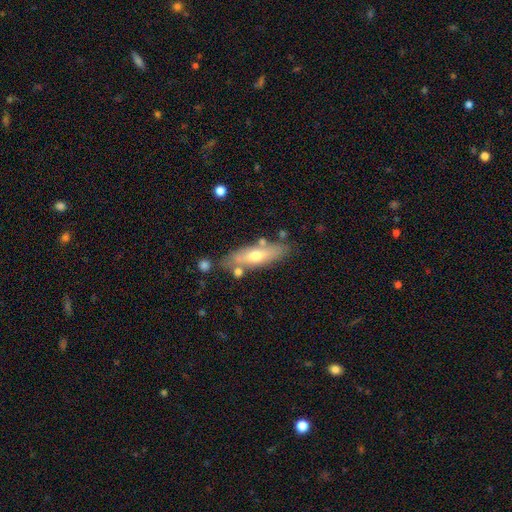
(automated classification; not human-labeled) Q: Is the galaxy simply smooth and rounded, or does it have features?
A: smooth — 54%.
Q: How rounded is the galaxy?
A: cigar-shaped — 53%.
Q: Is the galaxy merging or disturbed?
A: none — 73%.